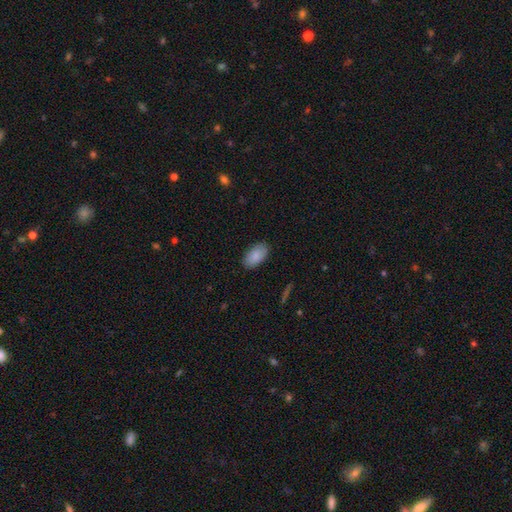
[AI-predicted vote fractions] This is clearly a smooth galaxy (88%). How rounded: clearly in between (95%). Merging: clearly none (87%).